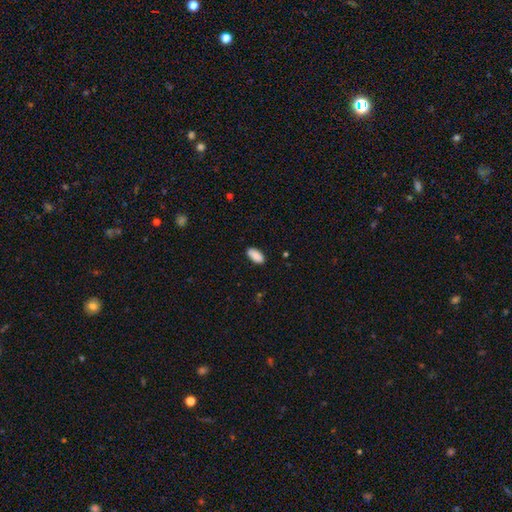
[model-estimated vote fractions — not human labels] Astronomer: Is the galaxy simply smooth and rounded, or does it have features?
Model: smooth — 90%.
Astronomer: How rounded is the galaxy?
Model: in between — 92%.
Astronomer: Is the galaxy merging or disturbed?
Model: none — 85%.